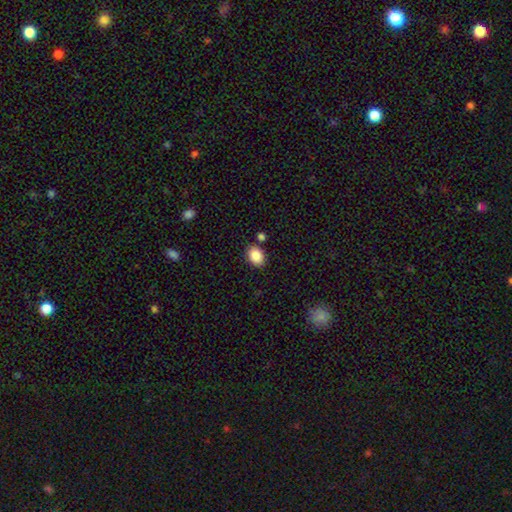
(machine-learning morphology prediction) A smooth galaxy with no disk features (88%) that is in between round and cigar-shaped (72%). Merging: none (81%).